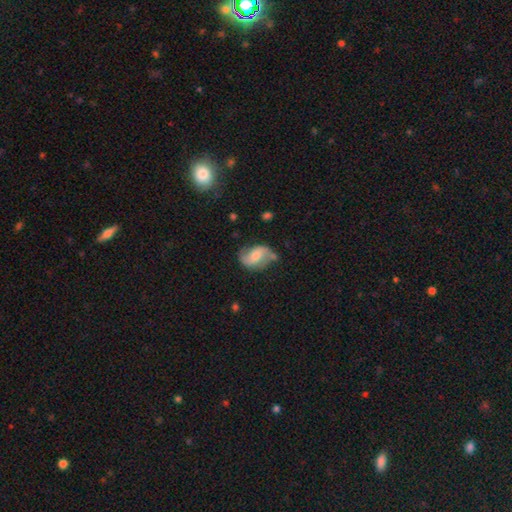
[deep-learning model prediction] Smooth or featured?
  - featured or disk: 63% *
  - smooth: 30%
  - star or artifact: 7%
Edge-on disk?
  - no: 97% *
  - yes: 3%
Bar?
  - no: 45% *
  - weak: 41%
  - strong: 14%
Spiral arms?
  - yes: 89% *
  - no: 11%
Spiral winding?
  - loose: 52% *
  - medium: 36%
  - tight: 12%
Spiral arm count?
  - 2: 88% *
  - can't tell: 6%
  - 1: 3%
  - 3: 1%
  - 4: 1%
  - more than 4: 1%
Bulge size?
  - moderate: 47% *
  - small: 36%
  - large: 8%
  - none: 8%
  - dominant: 2%
Merging?
  - none: 60% *
  - minor disturbance: 25%
  - major disturbance: 10%
  - merger: 5%